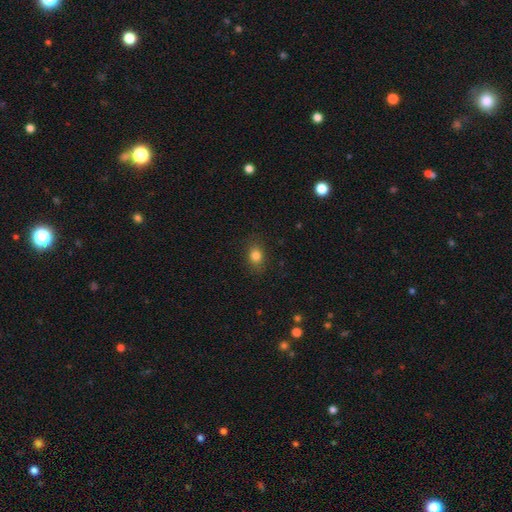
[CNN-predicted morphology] A smooth galaxy with no disk features (82%) that is in between round and cigar-shaped (61%). Merging: none (85%).